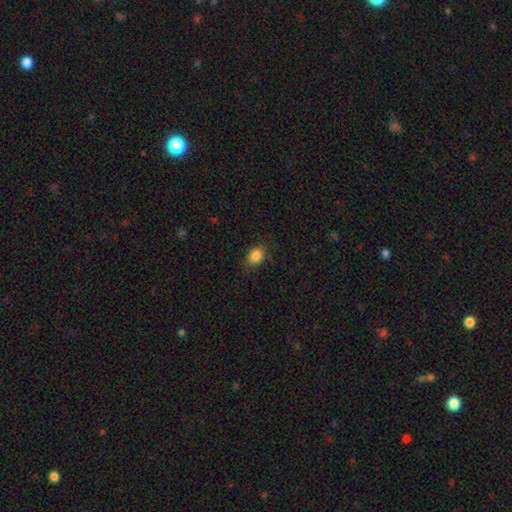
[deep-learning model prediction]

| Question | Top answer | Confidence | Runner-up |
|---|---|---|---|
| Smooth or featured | smooth | 85% | star or artifact (10%) |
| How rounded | in between | 65% | round (34%) |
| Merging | none | 83% | minor disturbance (13%) |